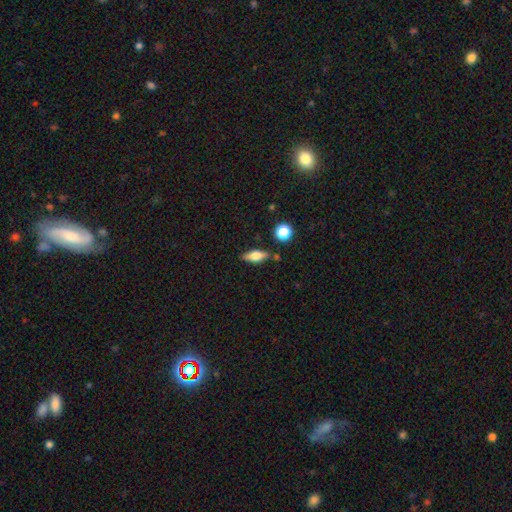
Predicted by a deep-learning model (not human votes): This is likely a smooth galaxy (61%). How rounded: likely in between (69%). Merging: likely none (79%).